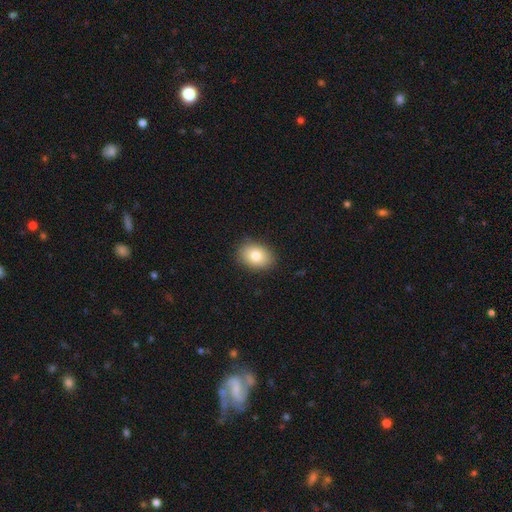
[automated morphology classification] A smooth galaxy with no disk features (81%) that is in between round and cigar-shaped (75%).

Vote fractions:
- Smooth or featured? smooth: 81% / featured or disk: 10% / star or artifact: 9%
- How rounded? in between: 75% / round: 24% / cigar-shaped: 1%
- Merging? none: 88% / minor disturbance: 9% / major disturbance: 2% / merger: 1%